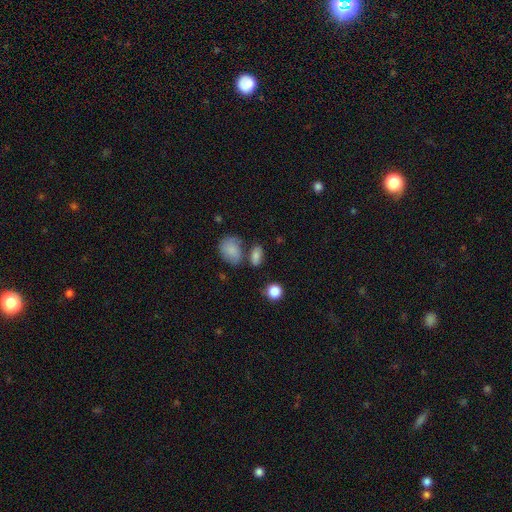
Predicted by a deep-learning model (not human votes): smooth_or_featured: smooth (p=0.78) [alt: featured or disk p=0.11]
how_rounded: in between (p=0.81) [alt: round p=0.16]
merging: none (p=0.58) [alt: merger p=0.18]